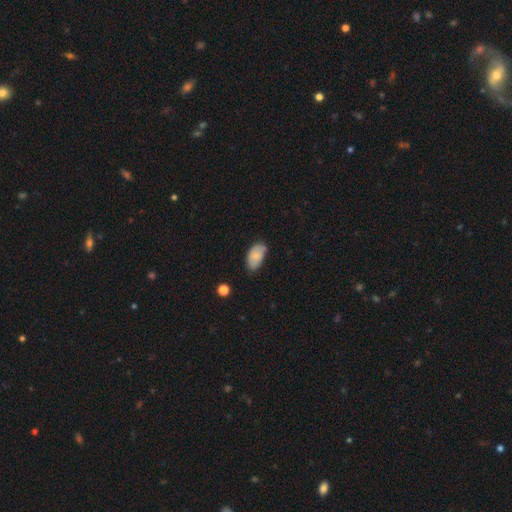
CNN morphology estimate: Q: Smooth or featured?
A: smooth (78%); runner-up: featured or disk (15%)
Q: How rounded?
A: in between (94%); runner-up: round (4%)
Q: Merging?
A: none (63%); runner-up: minor disturbance (31%)